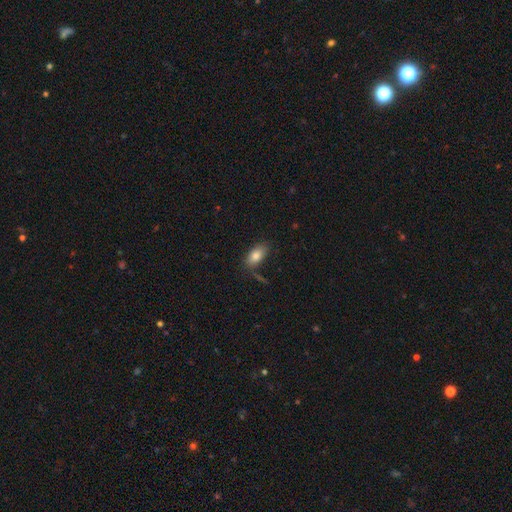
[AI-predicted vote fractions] A smooth galaxy with no disk features (82%) that is in between round and cigar-shaped (91%).

Vote fractions:
- Smooth or featured? smooth: 82% / featured or disk: 11% / star or artifact: 8%
- How rounded? in between: 91% / round: 5% / cigar-shaped: 4%
- Merging? none: 76% / minor disturbance: 15% / merger: 5% / major disturbance: 4%